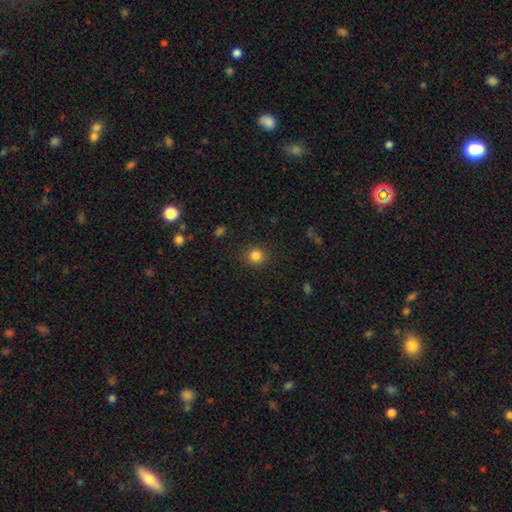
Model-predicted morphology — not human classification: Smooth or featured? smooth (83%)
How rounded? round (90%)
Merging? none (89%)